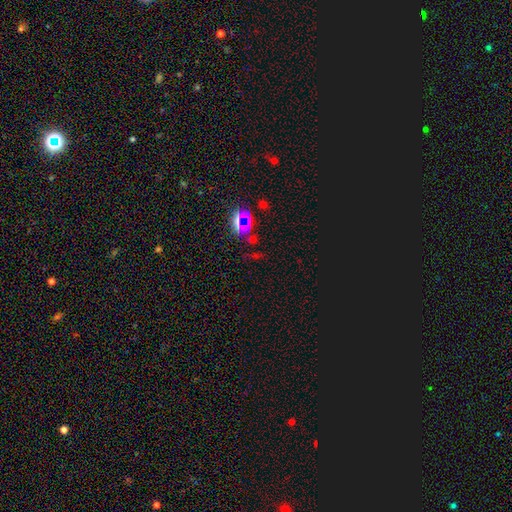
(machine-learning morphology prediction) smooth_or_featured: star or artifact (p=0.72) [alt: smooth p=0.19]